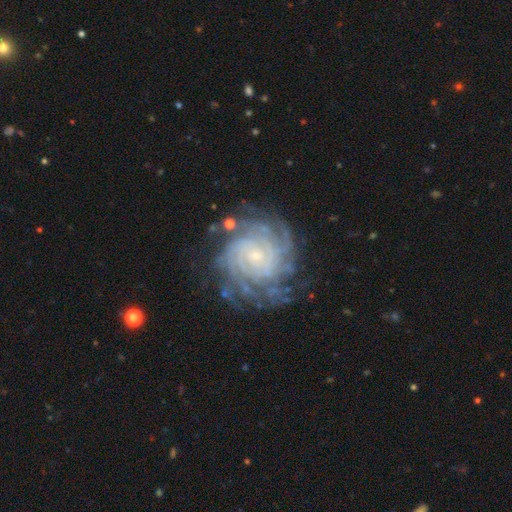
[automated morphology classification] featured or disk 88%, star or artifact 7%, smooth 5%. Down the decision tree: edge-on disk — no (97%); bar — no (71%); spiral arms — yes (97%); spiral arm count — can't tell (26%); spiral winding — tight (80%); bulge size — small (80%); merging — none (74%).